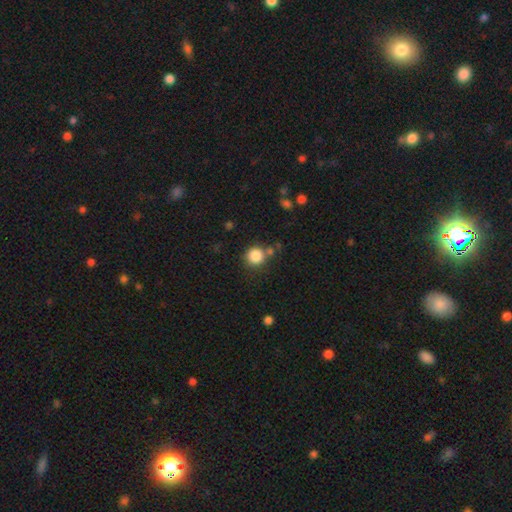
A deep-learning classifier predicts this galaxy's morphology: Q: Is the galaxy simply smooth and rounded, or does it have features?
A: smooth — 86%.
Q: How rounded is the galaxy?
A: round — 93%.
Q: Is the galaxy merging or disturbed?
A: none — 75%.